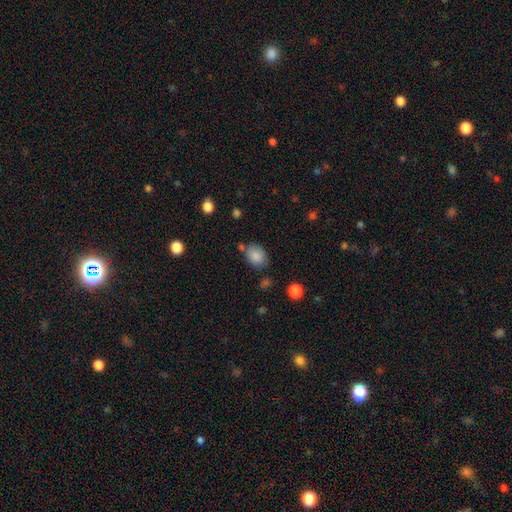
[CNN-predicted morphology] Smooth or featured? smooth (86%)
How rounded? in between (70%)
Merging? none (71%)